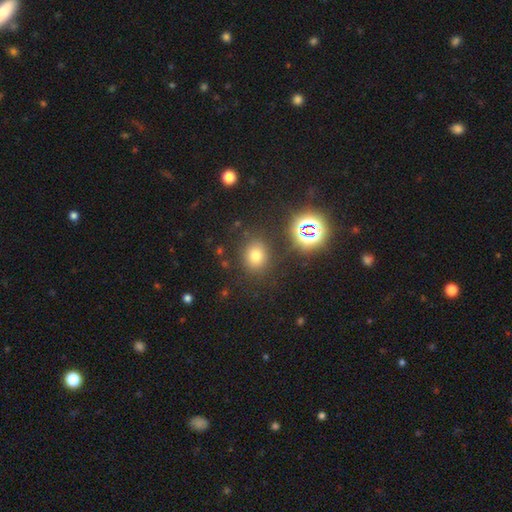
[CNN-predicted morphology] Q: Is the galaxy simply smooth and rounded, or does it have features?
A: smooth — 70%.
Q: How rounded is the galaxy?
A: round — 65%.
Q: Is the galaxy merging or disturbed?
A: none — 82%.